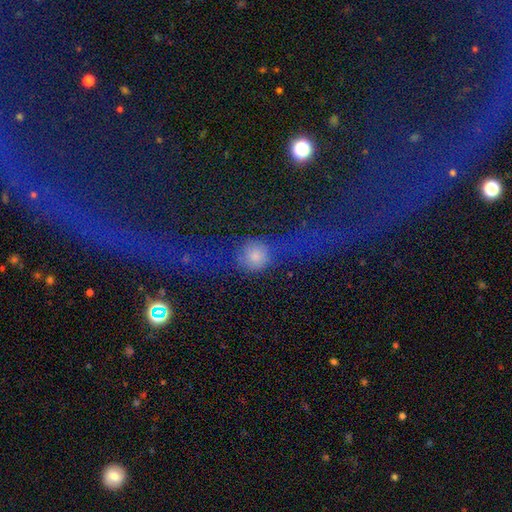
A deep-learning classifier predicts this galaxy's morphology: Q: Smooth or featured?
A: smooth (59%); runner-up: featured or disk (24%)
Q: How rounded?
A: round (81%); runner-up: in between (14%)
Q: Merging?
A: major disturbance (38%); runner-up: none (34%)